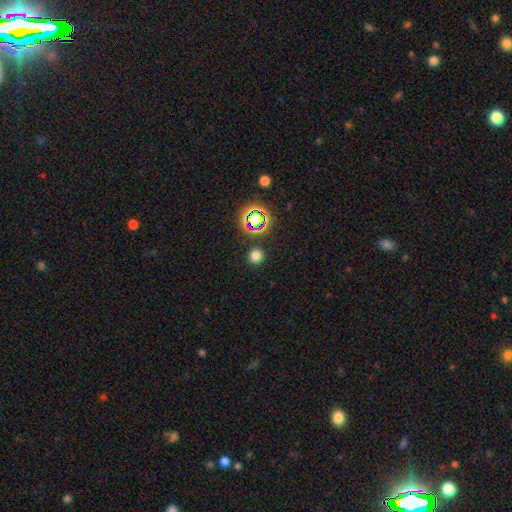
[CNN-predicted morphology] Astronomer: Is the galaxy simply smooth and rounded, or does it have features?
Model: smooth — 73%.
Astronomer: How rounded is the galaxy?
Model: round — 93%.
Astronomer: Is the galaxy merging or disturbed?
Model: none — 89%.